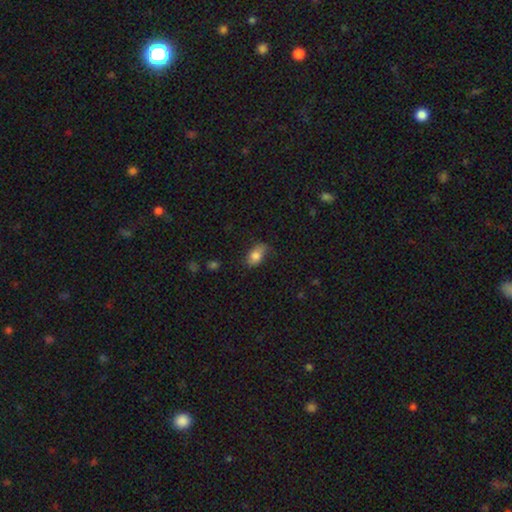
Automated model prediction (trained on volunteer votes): This appears to be a smooth galaxy with no disk features (78%) that is in between round and cigar-shaped (88%). Merging: none (63%).